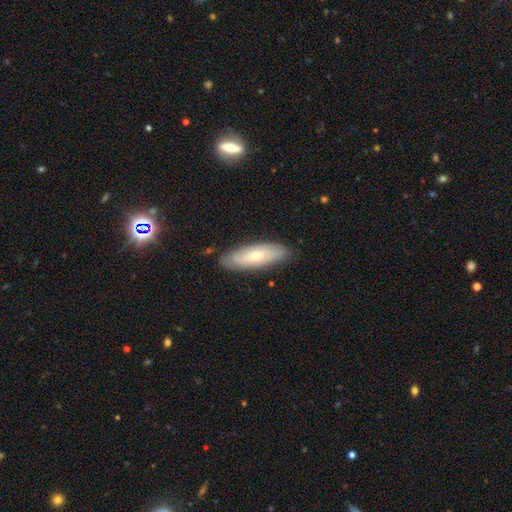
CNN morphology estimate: Overall: smooth (49%; featured or disk 44%). Merging: none (83%).